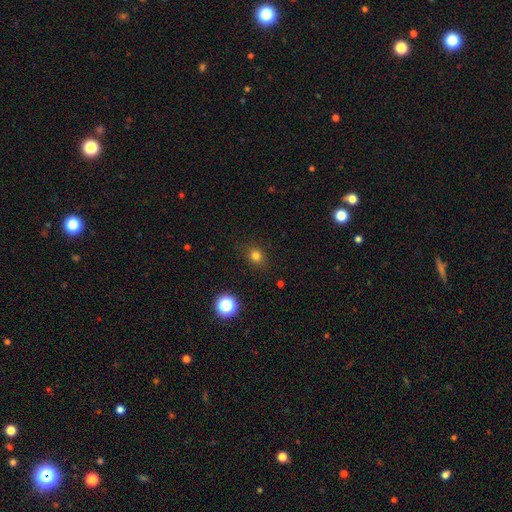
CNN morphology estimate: A smooth galaxy with no disk features (78%) that is round (67%). Merging: none (86%).